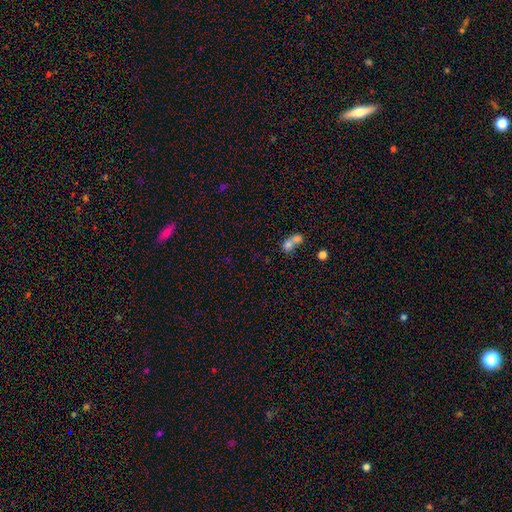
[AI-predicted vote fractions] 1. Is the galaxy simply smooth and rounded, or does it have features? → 63% smooth, 20% star or artifact, 17% featured or disk.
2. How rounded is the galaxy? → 50% round, 46% in between, 4% cigar-shaped.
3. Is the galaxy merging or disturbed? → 64% merger, 23% none, 6% minor disturbance, 6% major disturbance.